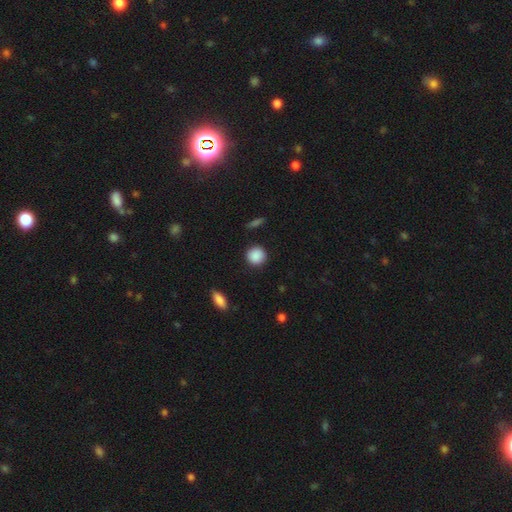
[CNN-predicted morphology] Smooth or featured? smooth (89%)
How rounded? round (91%)
Merging? none (90%)